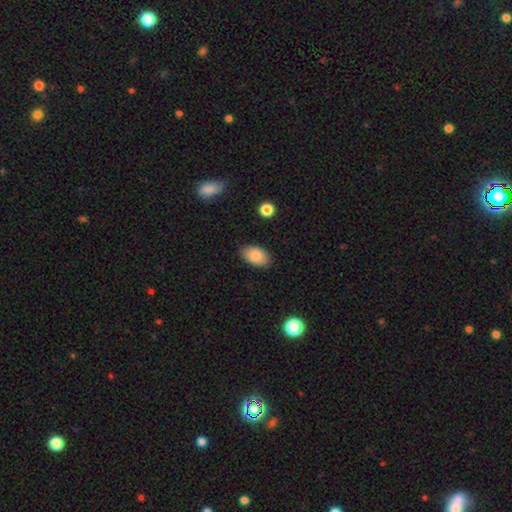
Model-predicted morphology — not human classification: The model was most divided on "merging": none: 86%, minor disturbance: 11%, major disturbance: 2%, merger: 1%. More confident: how rounded — in between (93%); smooth or featured — smooth (85%).